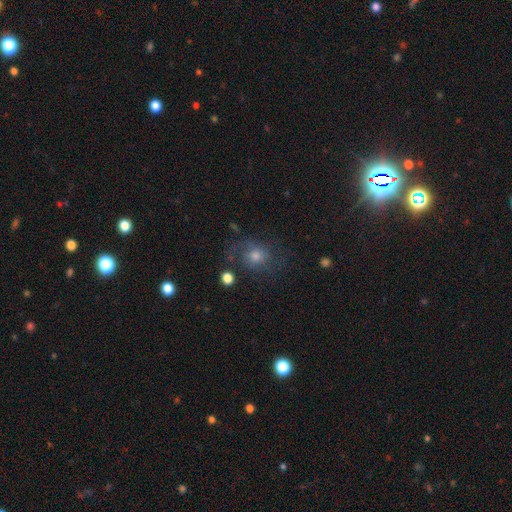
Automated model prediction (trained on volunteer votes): A featured or disk galaxy (43%).

Vote fractions:
- Smooth or featured? featured or disk: 43% / smooth: 37% / star or artifact: 20%
- Merging? none: 62% / minor disturbance: 18% / major disturbance: 17% / merger: 3%